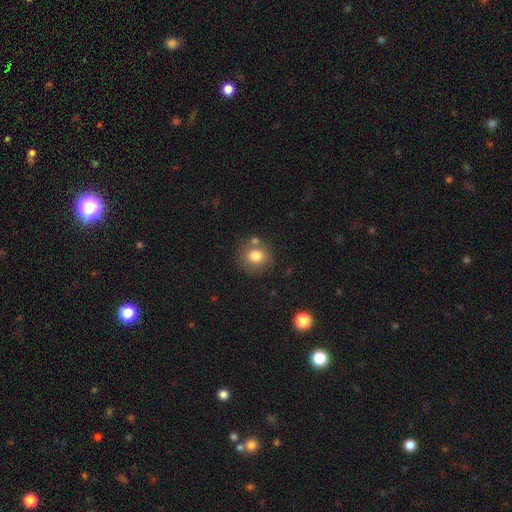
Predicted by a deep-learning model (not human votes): Smooth or featured: smooth — 79% (star or artifact — 11%)
How rounded: round — 85% (in between — 14%)
Merging: none — 74% (merger — 12%)